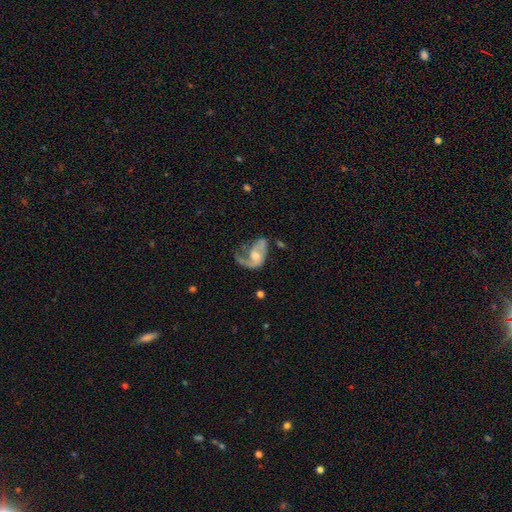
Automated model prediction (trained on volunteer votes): Smooth or featured?
  - featured or disk: 74% *
  - smooth: 20%
  - star or artifact: 6%
Edge-on disk?
  - no: 97% *
  - yes: 3%
Bar?
  - no: 64% *
  - weak: 30%
  - strong: 7%
Spiral arms?
  - yes: 83% *
  - no: 17%
Spiral winding?
  - loose: 53% *
  - medium: 34%
  - tight: 13%
Spiral arm count?
  - 1: 57% *
  - 2: 33%
  - can't tell: 6%
  - 3: 2%
  - 4: 1%
  - more than 4: 1%
Bulge size?
  - moderate: 49% *
  - small: 29%
  - large: 10%
  - none: 10%
  - dominant: 2%
Merging?
  - major disturbance: 48% *
  - none: 28%
  - minor disturbance: 18%
  - merger: 6%